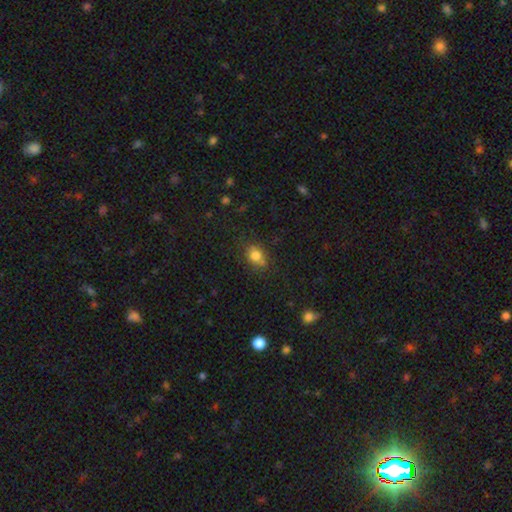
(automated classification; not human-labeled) The model was most divided on "how rounded": in between: 58%, round: 40%, cigar-shaped: 2%. More confident: smooth or featured — smooth (77%); merging — none (68%).